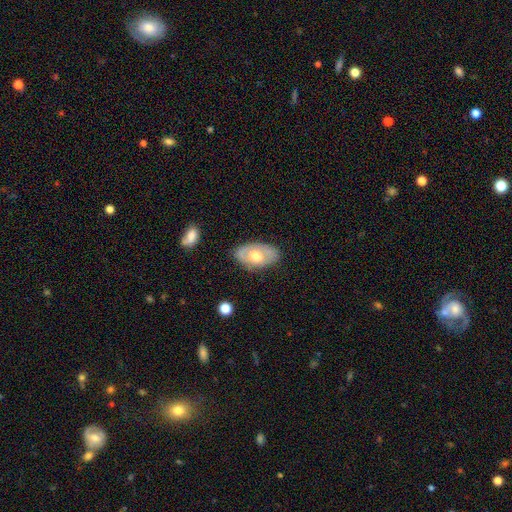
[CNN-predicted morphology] type=featured or disk (50%); merging=none (75%).